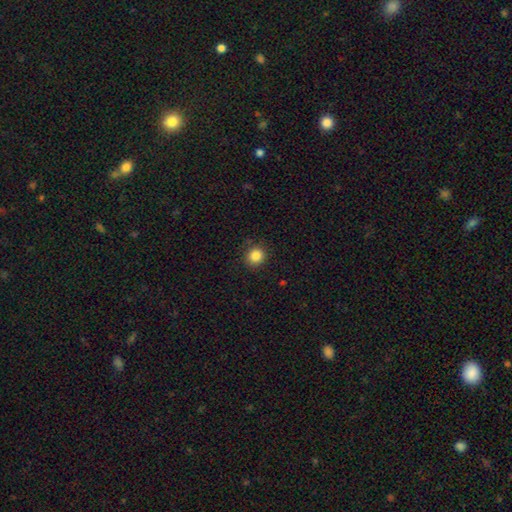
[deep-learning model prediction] This appears to be a smooth galaxy with no disk features (86%) that is round (87%). Merging: none (88%).